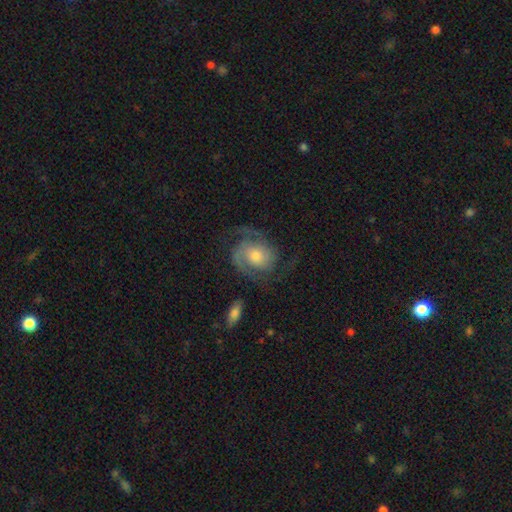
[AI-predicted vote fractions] featured or disk 84%, smooth 10%, star or artifact 6%. Down the decision tree: edge-on disk — no (98%); bar — no (69%); spiral arms — yes (96%); spiral arm count — 2 (78%); spiral winding — medium (49%); bulge size — moderate (56%); merging — none (67%).